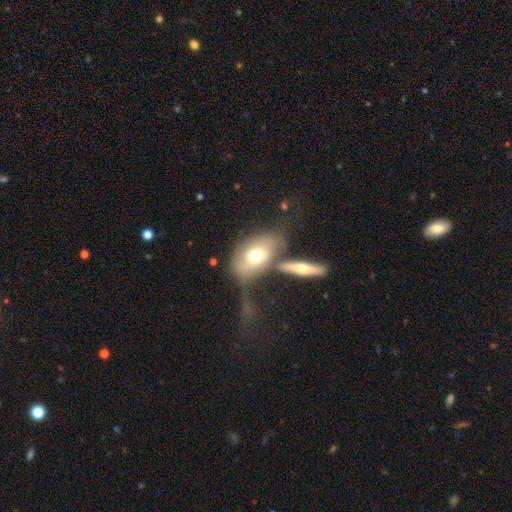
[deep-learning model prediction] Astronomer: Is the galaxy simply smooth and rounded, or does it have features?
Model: smooth — 59% (runner-up: featured or disk, 34%).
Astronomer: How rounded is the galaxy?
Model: in between — 83%.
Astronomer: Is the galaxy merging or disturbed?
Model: none — 40% (runner-up: merger, 24%).